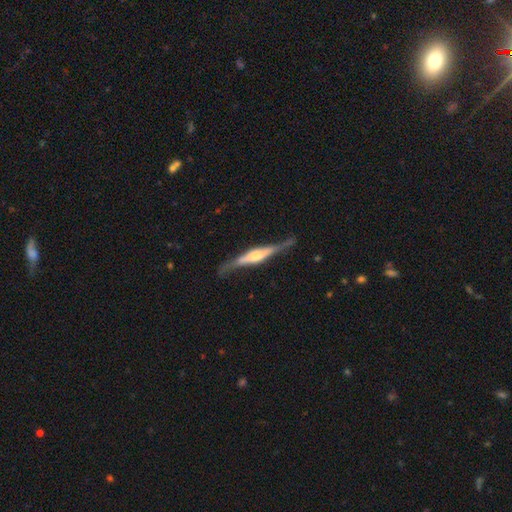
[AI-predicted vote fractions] Overall: featured or disk (81%). Edge-on disk: yes (94%). Edge-on bulge: rounded (70%). Merging: none (74%).